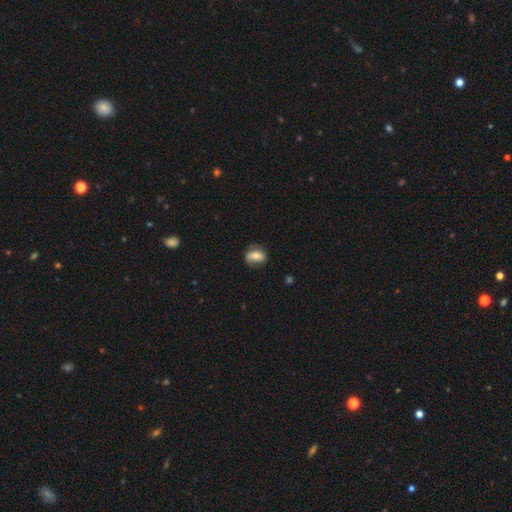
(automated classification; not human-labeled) smooth_or_featured: smooth (p=0.63) [alt: featured or disk p=0.28]
how_rounded: in between (p=0.70) [alt: round p=0.27]
merging: none (p=0.71) [alt: minor disturbance p=0.22]